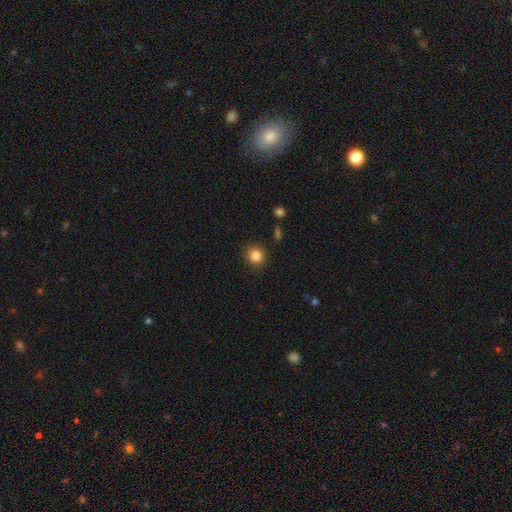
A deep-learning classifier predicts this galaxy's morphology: smooth-or-featured: smooth: 85% | star or artifact: 11% | featured or disk: 4%
  how-rounded: round: 86% | in between: 13% | cigar-shaped: 1%
  merging: none: 88% | minor disturbance: 8% | major disturbance: 2% | merger: 2%